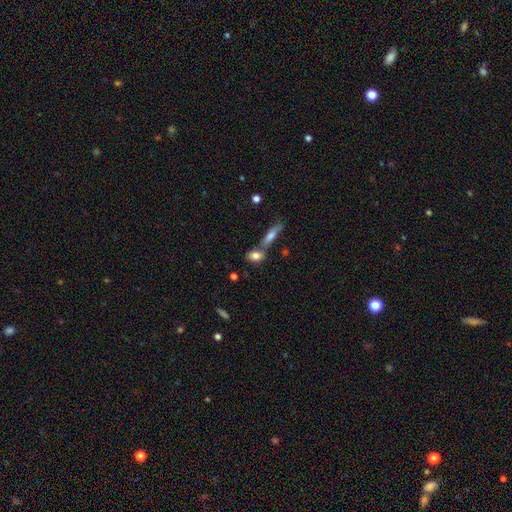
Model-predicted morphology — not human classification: Q: Smooth or featured?
A: smooth (78%); runner-up: featured or disk (14%)
Q: How rounded?
A: in between (75%); runner-up: round (13%)
Q: Merging?
A: none (51%); runner-up: merger (34%)